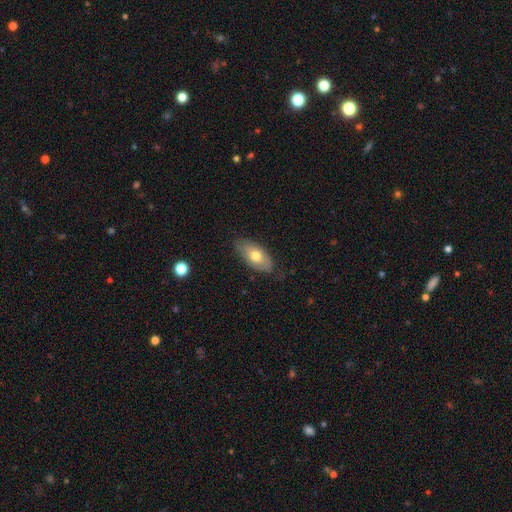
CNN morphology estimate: smooth-or-featured: smooth: 67% | featured or disk: 26% | star or artifact: 7%
  how-rounded: in between: 90% | cigar-shaped: 6% | round: 4%
  merging: none: 74% | minor disturbance: 21% | major disturbance: 4% | merger: 1%